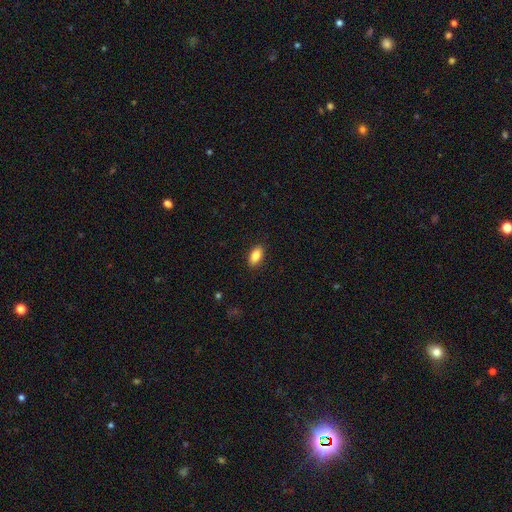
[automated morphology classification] smooth 85%, featured or disk 7%, star or artifact 7%. Down the decision tree: how rounded — in between (91%); merging — none (88%).